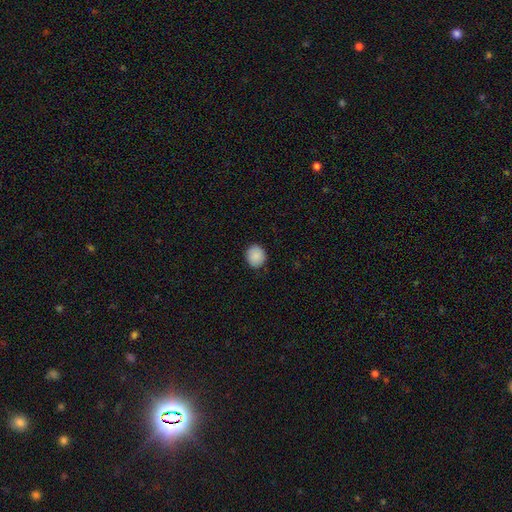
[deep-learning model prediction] Overall: smooth (89%). How rounded: round (79%). Merging: none (87%).